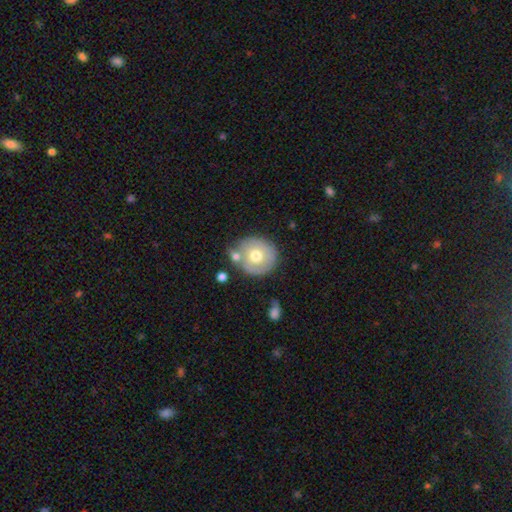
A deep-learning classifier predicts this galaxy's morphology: A smooth galaxy with no disk features (54%) that is round (86%).

Vote fractions:
- Smooth or featured? smooth: 54% / featured or disk: 39% / star or artifact: 7%
- How rounded? round: 86% / in between: 13% / cigar-shaped: 1%
- Merging? none: 63% / minor disturbance: 16% / merger: 15% / major disturbance: 6%